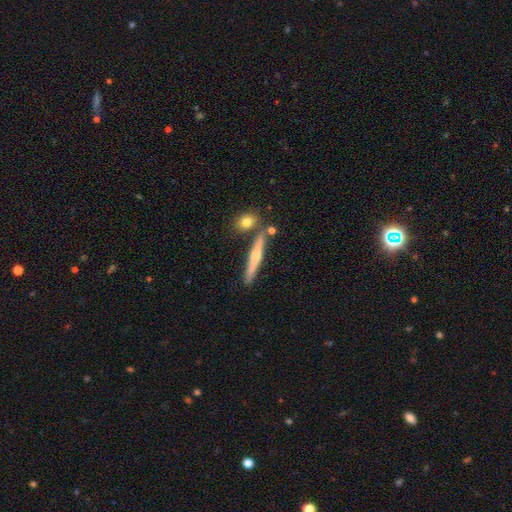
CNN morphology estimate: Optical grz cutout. It shows a featured or disk galaxy (51%) viewed edge-on (94%). Merging: none (78%).